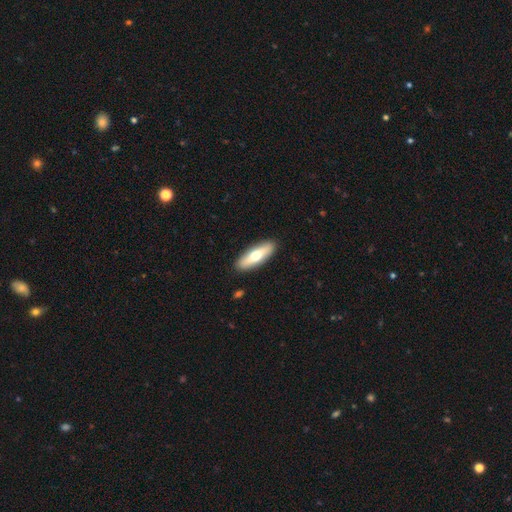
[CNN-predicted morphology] This appears to be a smooth galaxy with no disk features (57%) that is in between round and cigar-shaped (50%). Merging: none (90%).